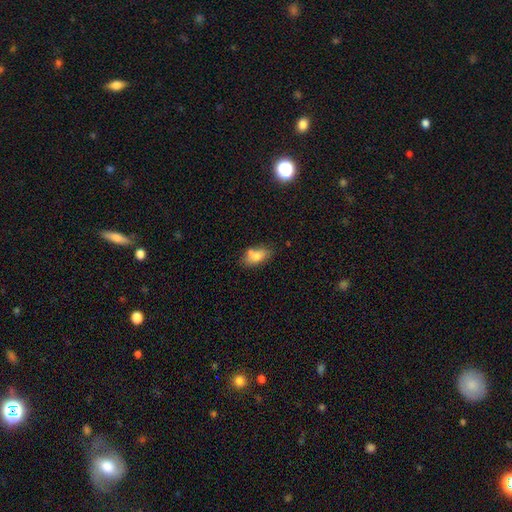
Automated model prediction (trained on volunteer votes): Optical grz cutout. It shows a smooth galaxy with no disk features (75%) that is in between round and cigar-shaped (87%). Merging: none (58%).